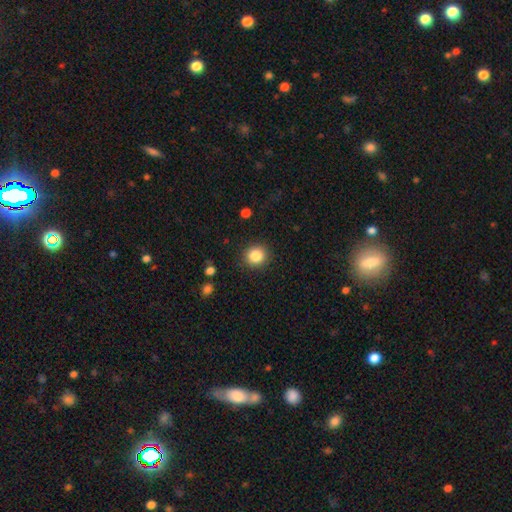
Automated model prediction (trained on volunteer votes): Smooth or featured: smooth — 85% (star or artifact — 10%)
How rounded: round — 89% (in between — 10%)
Merging: none — 90% (minor disturbance — 7%)